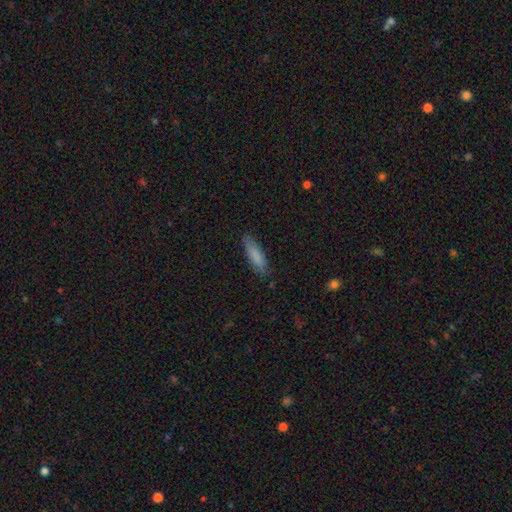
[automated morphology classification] This appears to be a smooth galaxy with no disk features (83%) that is cigar-shaped (65%). Merging: none (83%).